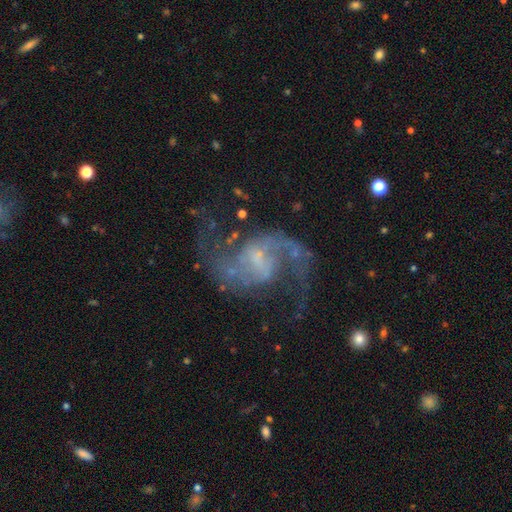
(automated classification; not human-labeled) Q: Smooth or featured?
A: featured or disk (91%); runner-up: star or artifact (6%)
Q: Edge-on disk?
A: no (98%); runner-up: yes (2%)
Q: Bar?
A: weak (52%); runner-up: no (33%)
Q: Spiral arms?
A: yes (98%); runner-up: no (2%)
Q: Spiral winding?
A: loose (58%); runner-up: medium (36%)
Q: Spiral arm count?
A: 2 (93%); runner-up: can't tell (2%)
Q: Bulge size?
A: small (49%); runner-up: none (31%)
Q: Merging?
A: none (69%); runner-up: minor disturbance (15%)